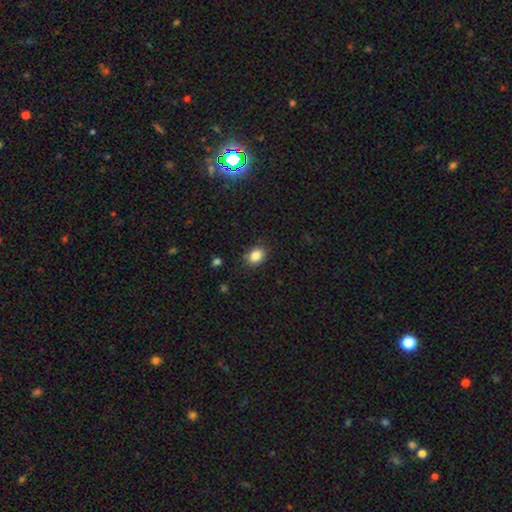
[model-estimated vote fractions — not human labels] Morphology: type=smooth (85%); roundness=in between (59%); merging=none (84%).